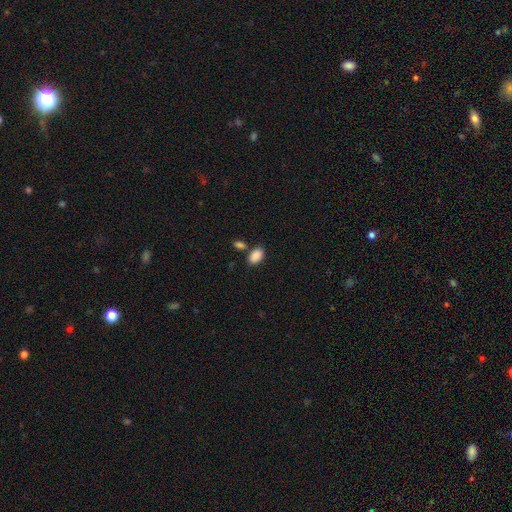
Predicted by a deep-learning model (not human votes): The model was most divided on "merging": none: 72%, merger: 13%, minor disturbance: 12%, major disturbance: 3%. More confident: how rounded — in between (91%); smooth or featured — smooth (89%).